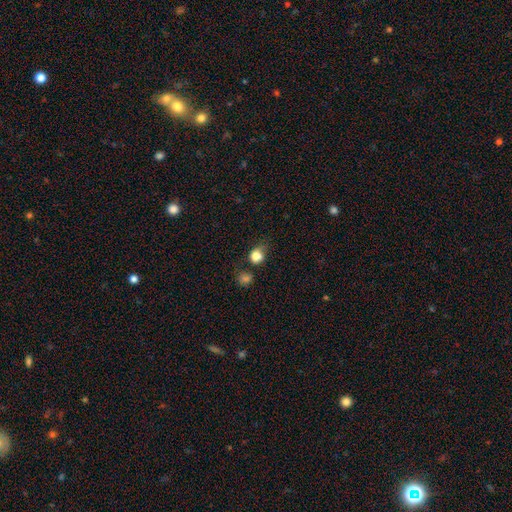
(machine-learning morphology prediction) smooth_or_featured: smooth (p=0.82) [alt: star or artifact p=0.11]
how_rounded: round (p=0.74) [alt: in between p=0.25]
merging: none (p=0.52) [alt: minor disturbance p=0.27]